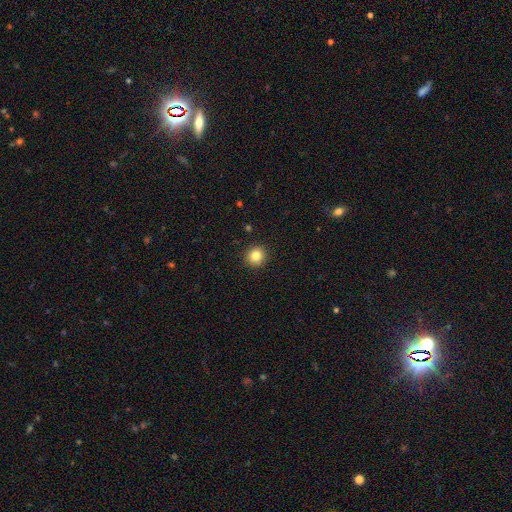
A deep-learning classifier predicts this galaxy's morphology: smooth_or_featured: smooth (p=0.82) [alt: star or artifact p=0.11]
how_rounded: round (p=0.94) [alt: in between p=0.05]
merging: none (p=0.93) [alt: minor disturbance p=0.05]